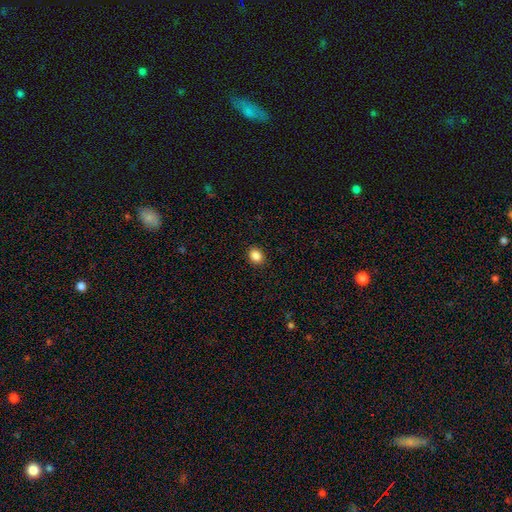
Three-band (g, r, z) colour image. It shows a smooth galaxy with no disk features (89%) that is round (79%). Merging: none (92%).